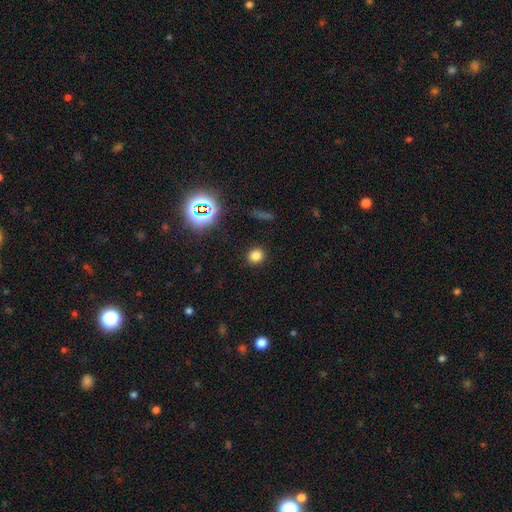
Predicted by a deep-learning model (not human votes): smooth 77%, star or artifact 18%, featured or disk 5%. Down the decision tree: how rounded — round (84%); merging — none (90%).